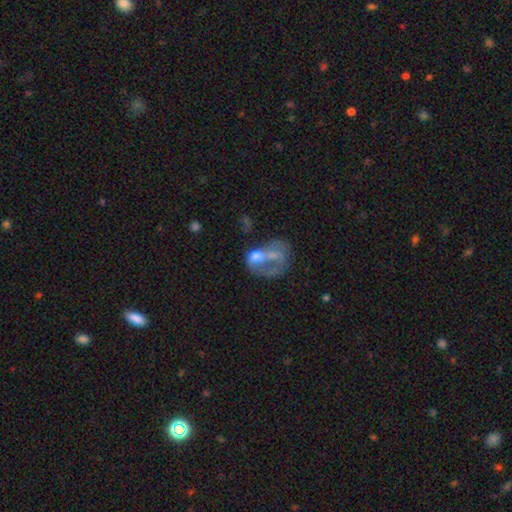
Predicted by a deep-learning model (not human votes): Q: Smooth or featured?
A: smooth (45%); runner-up: featured or disk (44%)
Q: Merging?
A: merger (45%); runner-up: major disturbance (31%)